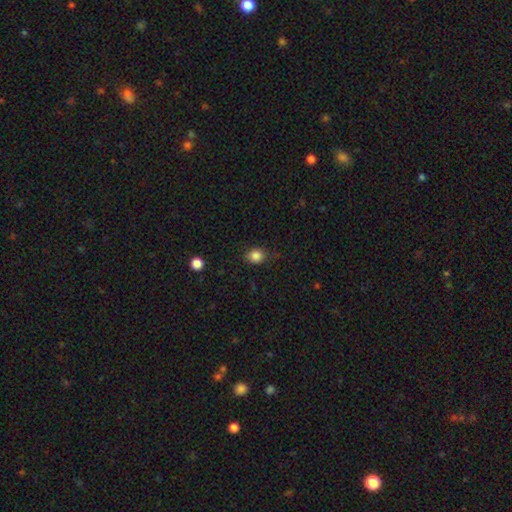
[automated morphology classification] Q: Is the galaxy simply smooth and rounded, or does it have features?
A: smooth — 85%.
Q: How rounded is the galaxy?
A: round — 74%.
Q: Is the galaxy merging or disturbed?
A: none — 79%.